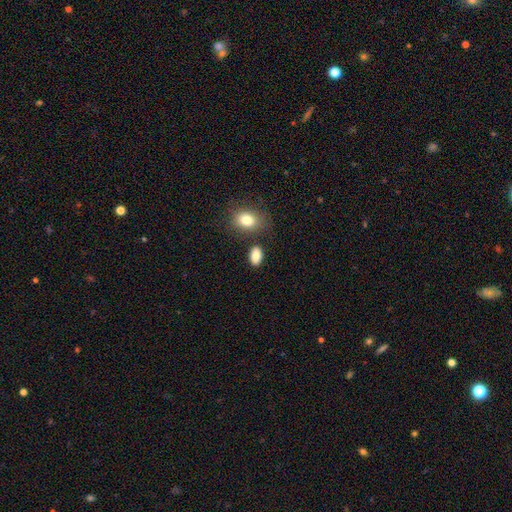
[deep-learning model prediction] Smooth or featured?
  - smooth: 85% *
  - star or artifact: 9%
  - featured or disk: 6%
How rounded?
  - in between: 88% *
  - round: 10%
  - cigar-shaped: 2%
Merging?
  - none: 79% *
  - minor disturbance: 11%
  - merger: 7%
  - major disturbance: 3%